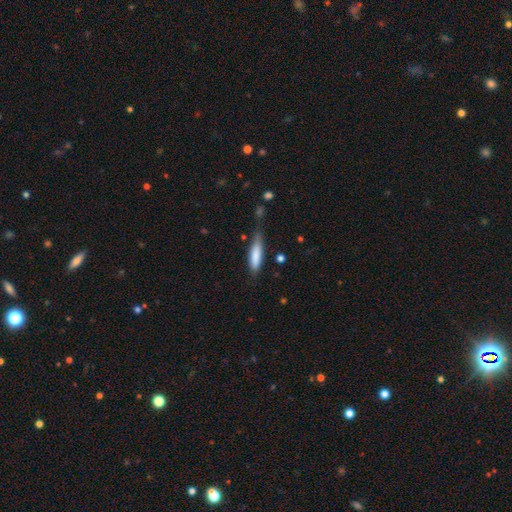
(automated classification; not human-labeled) A smooth galaxy with no disk features (79%) that is cigar-shaped (73%).

Vote fractions:
- Smooth or featured? smooth: 79% / featured or disk: 15% / star or artifact: 6%
- How rounded? cigar-shaped: 73% / in between: 26% / round: 2%
- Merging? none: 59% / minor disturbance: 30% / major disturbance: 8% / merger: 4%